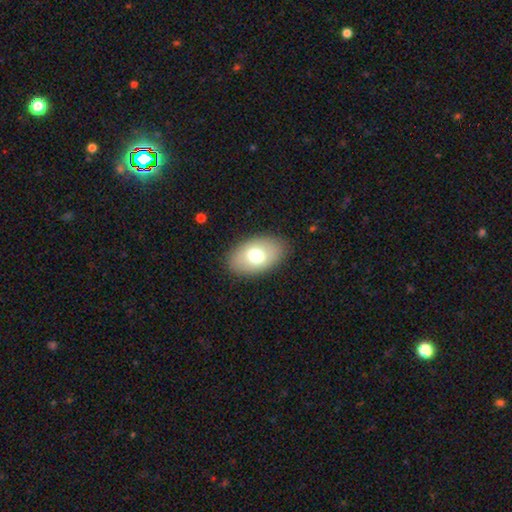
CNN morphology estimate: Smooth or featured? Predicted: smooth (p=0.70). How rounded? Predicted: in between (p=0.90). Merging? Predicted: none (p=0.85).